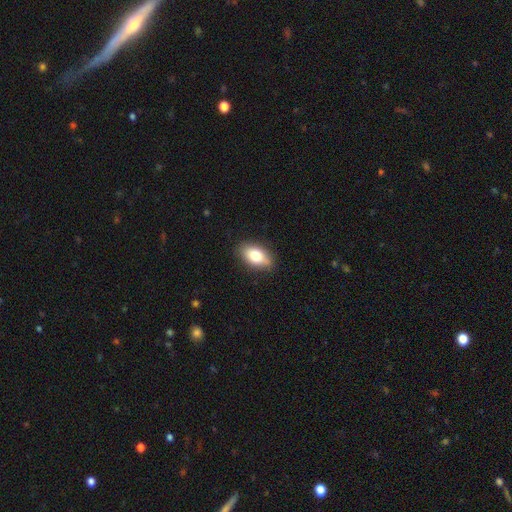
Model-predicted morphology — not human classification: Smooth or featured: smooth — 77% (featured or disk — 15%)
How rounded: in between — 89% (round — 8%)
Merging: none — 85% (minor disturbance — 11%)